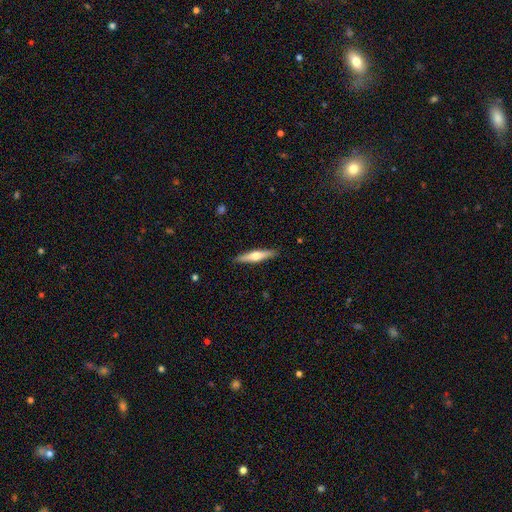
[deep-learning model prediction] Morphology: type=featured or disk (55%); edge-on=yes (96%); edge-on bulge=rounded (92%); merging=none (90%).